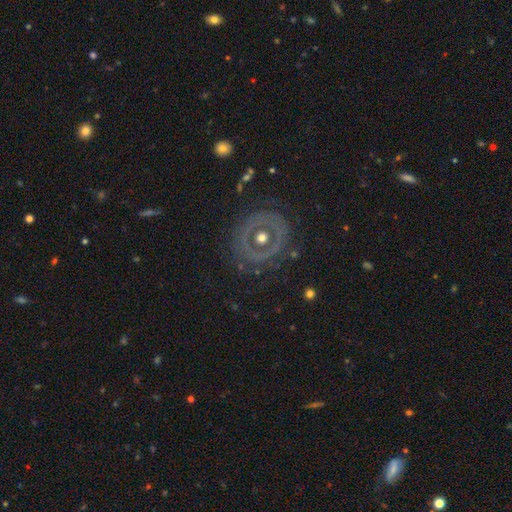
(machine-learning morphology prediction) Smooth or featured?
  - featured or disk: 67% *
  - smooth: 23%
  - star or artifact: 11%
Edge-on disk?
  - no: 95% *
  - yes: 5%
Bar?
  - no: 56% *
  - weak: 26%
  - strong: 17%
Spiral arms?
  - no: 71% *
  - yes: 29%
Bulge size?
  - moderate: 60% *
  - small: 32%
  - large: 4%
  - none: 2%
  - dominant: 1%
Merging?
  - none: 82% *
  - minor disturbance: 11%
  - major disturbance: 6%
  - merger: 2%